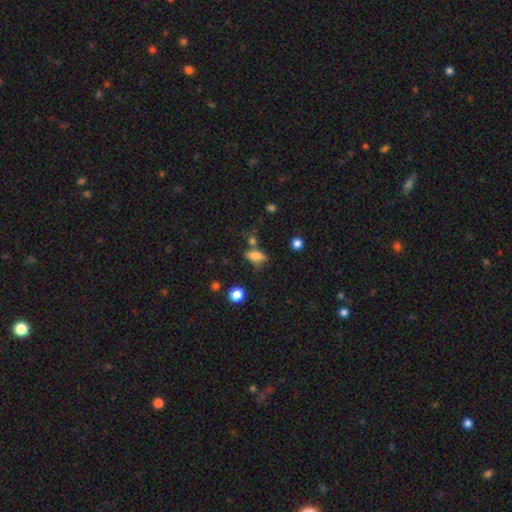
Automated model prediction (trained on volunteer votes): smooth_or_featured: smooth (p=0.77) [alt: star or artifact p=0.12]
how_rounded: in between (p=0.78) [alt: cigar-shaped p=0.13]
merging: none (p=0.53) [alt: minor disturbance p=0.23]